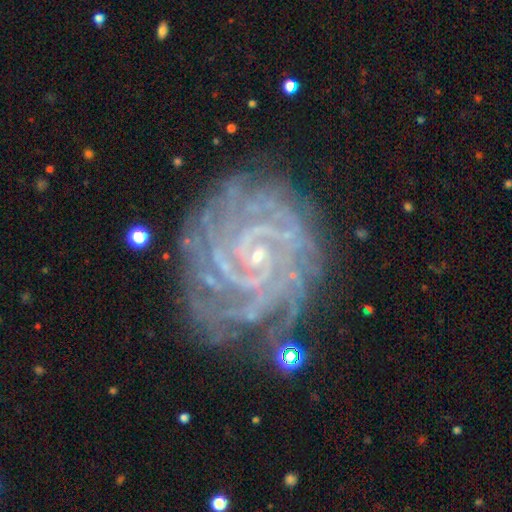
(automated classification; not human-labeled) This appears to be a featured or disk galaxy (90%) with no bar (56%), 4 (23%) tight (85%) spiral arms (98%) and a small central bulge (87%). Merging: none (74%).